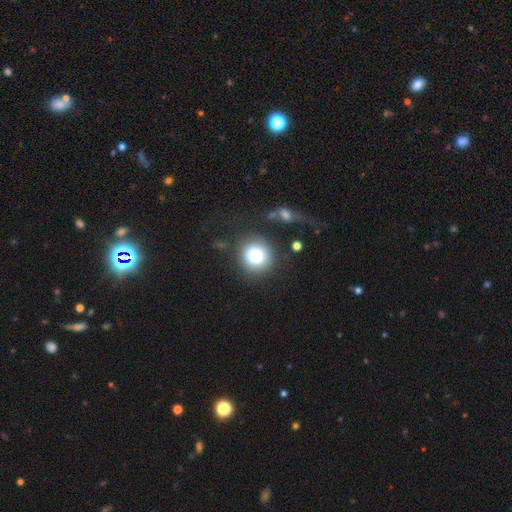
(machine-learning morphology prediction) Smooth or featured: smooth — 76% (featured or disk — 14%)
How rounded: round — 89% (in between — 10%)
Merging: none — 74% (minor disturbance — 14%)